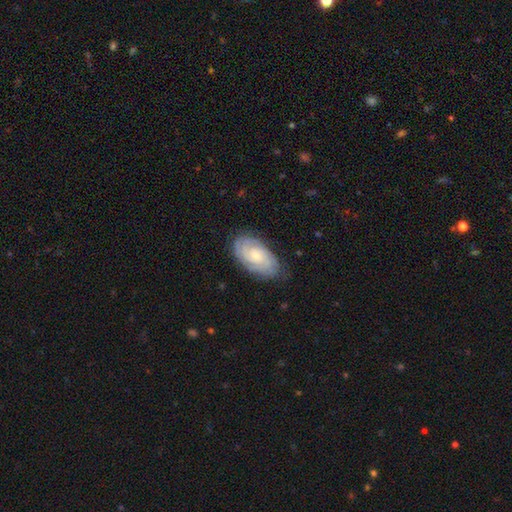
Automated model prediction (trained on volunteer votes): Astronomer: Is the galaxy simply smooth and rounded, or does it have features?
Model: featured or disk — 75%.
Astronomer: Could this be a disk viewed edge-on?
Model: no — 96%.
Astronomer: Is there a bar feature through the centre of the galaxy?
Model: no — 68%.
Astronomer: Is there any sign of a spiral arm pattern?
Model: yes — 95%.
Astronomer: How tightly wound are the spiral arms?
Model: tight — 72%.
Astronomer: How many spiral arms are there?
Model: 2 — 38% (runner-up: can't tell, 33%).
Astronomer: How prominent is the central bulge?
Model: small — 60%.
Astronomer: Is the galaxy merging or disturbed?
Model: none — 77%.